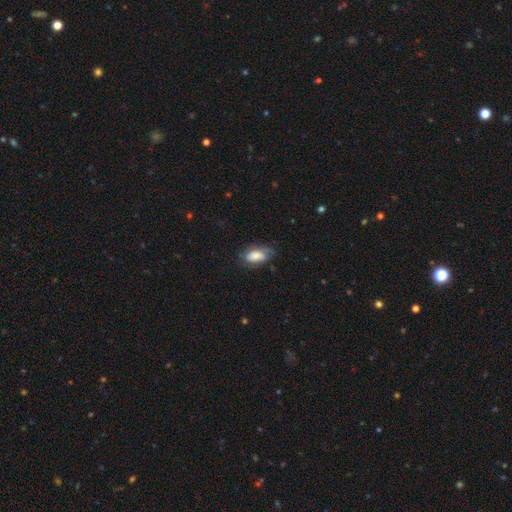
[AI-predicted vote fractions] This is likely a smooth galaxy (62%). How rounded: clearly in between (89%). Merging: possibly none (55%).